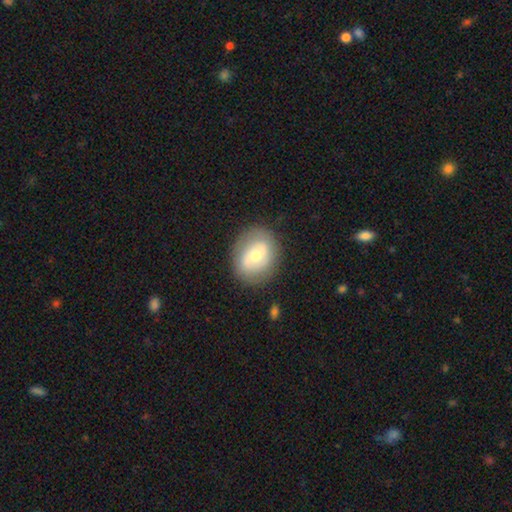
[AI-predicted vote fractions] A featured or disk galaxy (49%). Merging: none (81%).